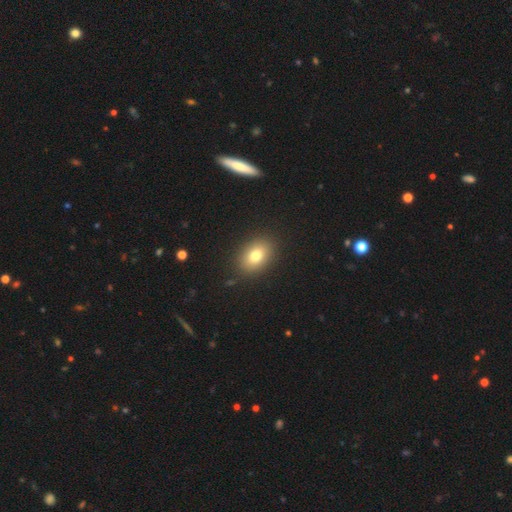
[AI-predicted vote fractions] The model was most divided on "how rounded": in between: 73%, round: 26%, cigar-shaped: 1%. More confident: merging — none (88%); smooth or featured — smooth (78%).